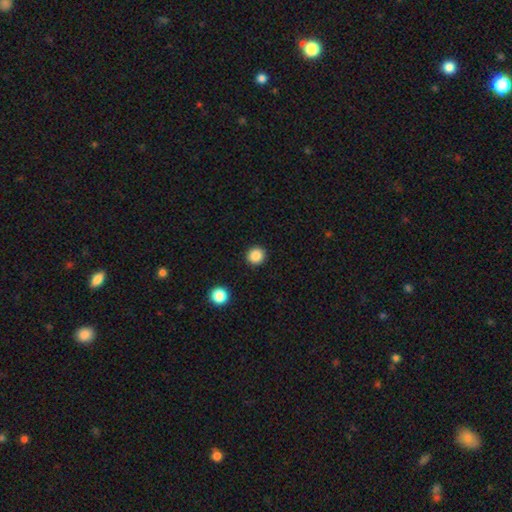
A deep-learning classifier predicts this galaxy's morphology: Smooth or featured? Predicted: smooth (p=0.86). How rounded? Predicted: round (p=0.93). Merging? Predicted: none (p=0.92).